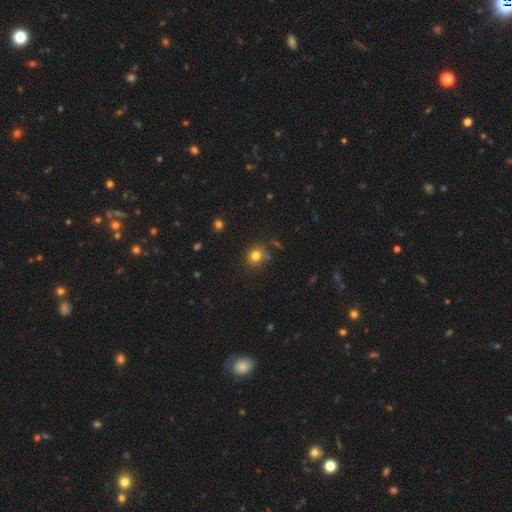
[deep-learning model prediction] Smooth or featured? Predicted: smooth (p=0.79). How rounded? Predicted: round (p=0.81). Merging? Predicted: none (p=0.78).